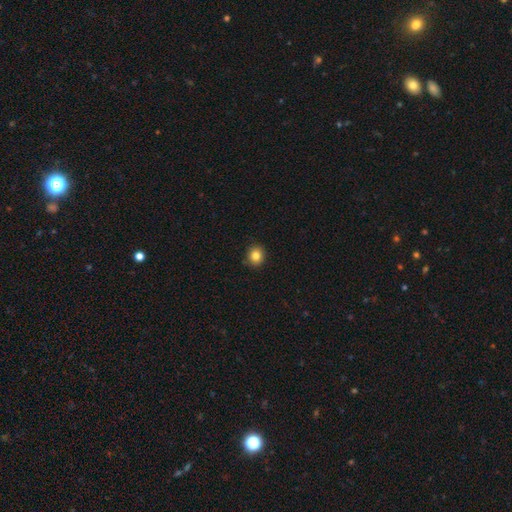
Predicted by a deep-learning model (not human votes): Smooth or featured? smooth (83%)
How rounded? round (82%)
Merging? none (89%)